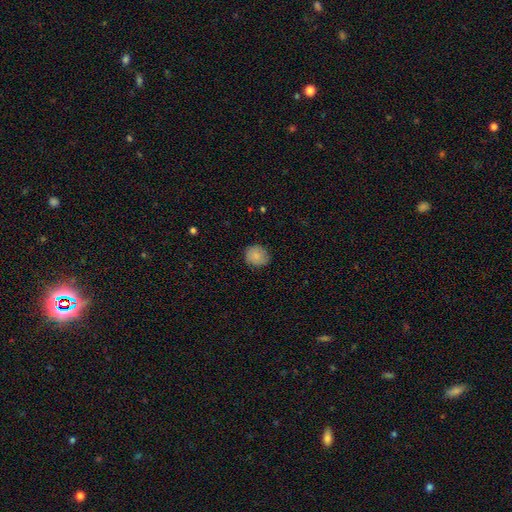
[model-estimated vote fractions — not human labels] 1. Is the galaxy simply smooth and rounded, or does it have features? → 81% smooth, 11% featured or disk, 7% star or artifact.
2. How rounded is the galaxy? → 81% round, 18% in between, 1% cigar-shaped.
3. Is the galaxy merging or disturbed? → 81% none, 15% minor disturbance, 3% major disturbance, 1% merger.